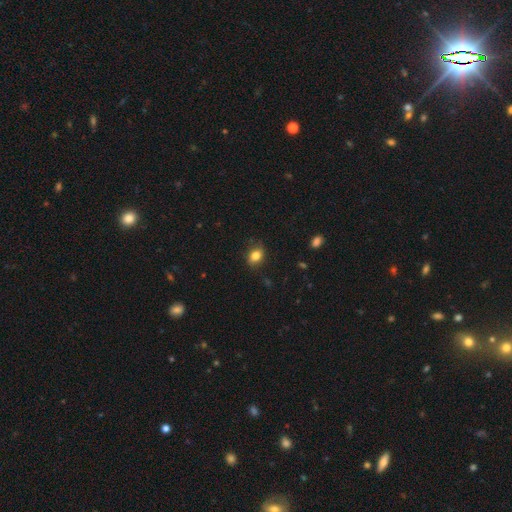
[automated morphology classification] The model was most divided on "how rounded": in between: 65%, round: 33%, cigar-shaped: 1%. More confident: smooth or featured — smooth (81%); merging — none (78%).